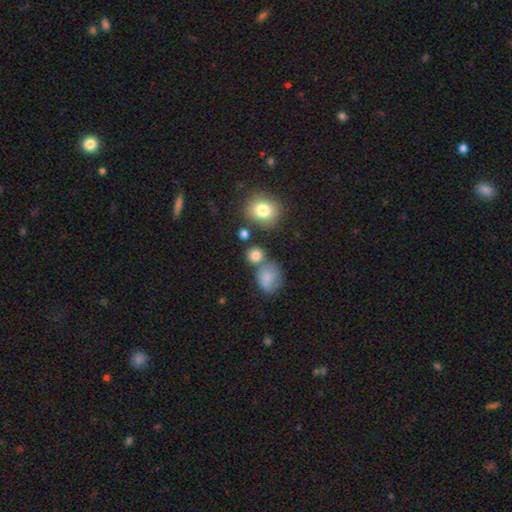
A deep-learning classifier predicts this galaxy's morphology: smooth 80%, star or artifact 12%, featured or disk 7%. Down the decision tree: how rounded — round (80%); merging — none (64%).